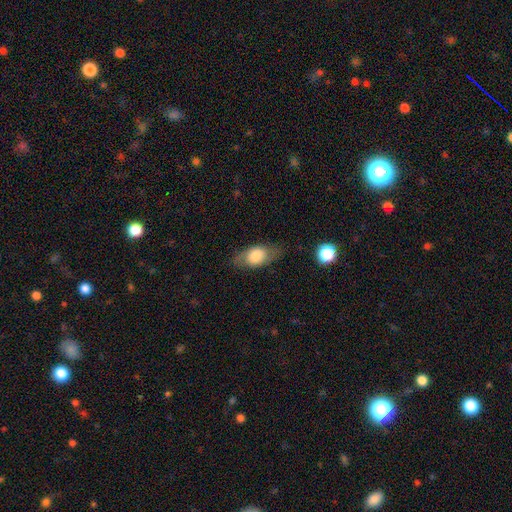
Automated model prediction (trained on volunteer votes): Q: Smooth or featured?
A: smooth (66%); runner-up: featured or disk (26%)
Q: How rounded?
A: in between (81%); runner-up: round (12%)
Q: Merging?
A: none (75%); runner-up: minor disturbance (17%)